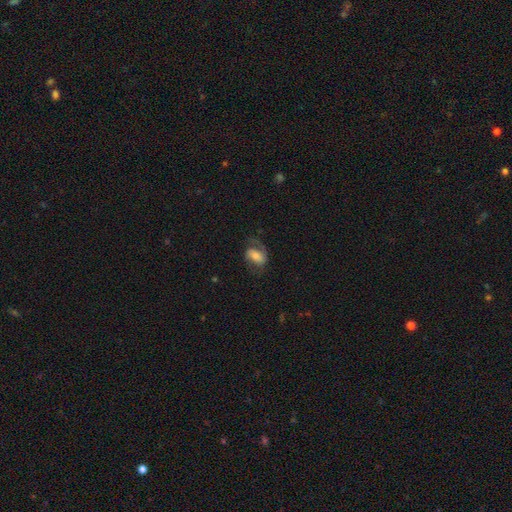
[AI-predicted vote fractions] Smooth or featured: featured or disk — 54% (smooth — 38%)
Edge-on disk: no — 96% (yes — 4%)
Bar: weak — 36% (strong — 32%)
Spiral arms: yes — 85% (no — 15%)
Bulge size: moderate — 47% (small — 32%)
Merging: none — 58% (minor disturbance — 21%)